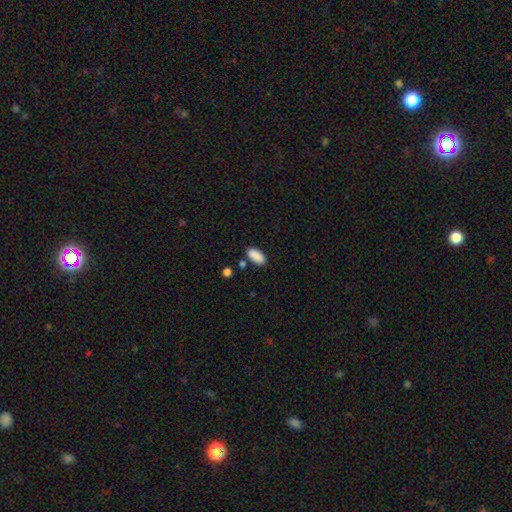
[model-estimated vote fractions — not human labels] Smooth or featured: smooth — 89% (star or artifact — 7%)
How rounded: in between — 91% (cigar-shaped — 7%)
Merging: none — 81% (minor disturbance — 11%)